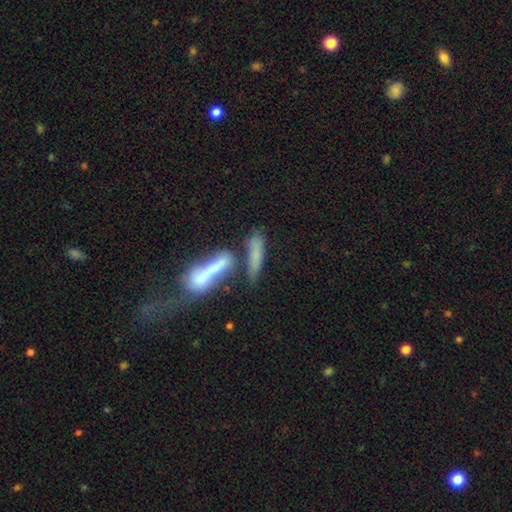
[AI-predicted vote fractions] smooth_or_featured: smooth (p=0.66) [alt: featured or disk p=0.24]
how_rounded: cigar-shaped (p=0.75) [alt: in between p=0.21]
merging: merger (p=0.46) [alt: none p=0.34]